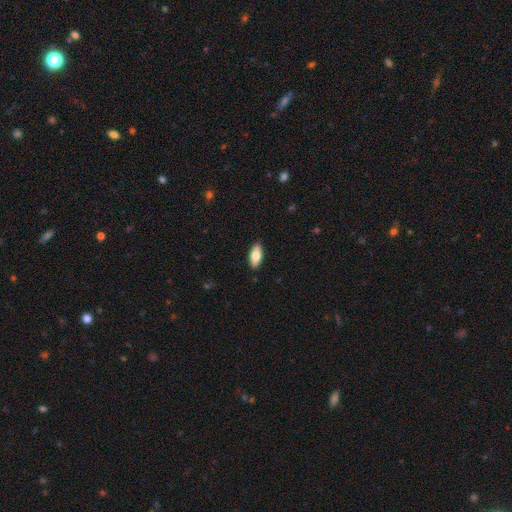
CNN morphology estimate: smooth-or-featured: smooth: 78% | featured or disk: 16% | star or artifact: 6%
  how-rounded: in between: 85% | cigar-shaped: 12% | round: 2%
  merging: none: 88% | minor disturbance: 9% | major disturbance: 2% | merger: 1%